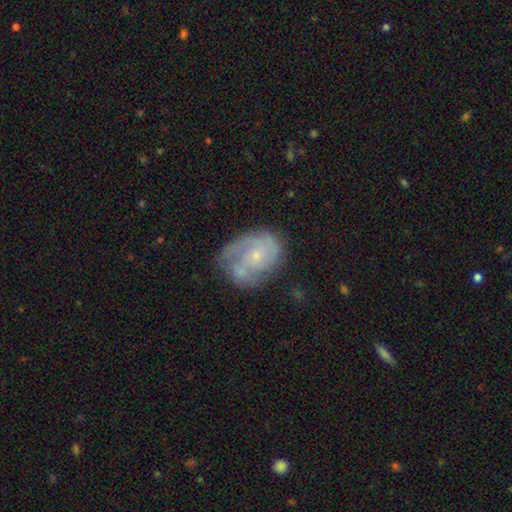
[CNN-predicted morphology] Q: Smooth or featured?
A: featured or disk (70%); runner-up: smooth (22%)
Q: Edge-on disk?
A: no (97%); runner-up: yes (3%)
Q: Bar?
A: no (73%); runner-up: weak (23%)
Q: Spiral arms?
A: yes (81%); runner-up: no (19%)
Q: Spiral winding?
A: tight (46%); runner-up: medium (39%)
Q: Spiral arm count?
A: 2 (36%); runner-up: can't tell (33%)
Q: Bulge size?
A: small (69%); runner-up: moderate (25%)
Q: Merging?
A: none (50%); runner-up: minor disturbance (25%)